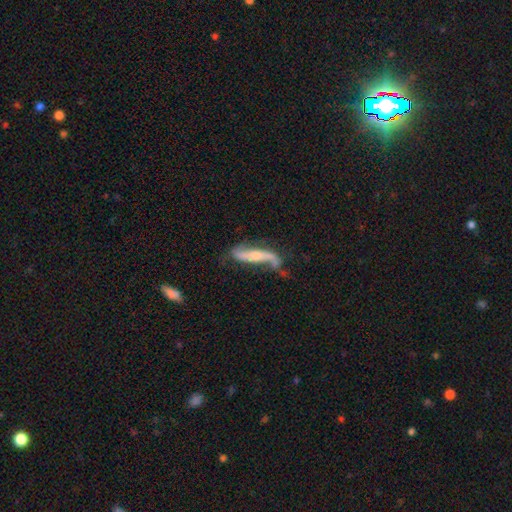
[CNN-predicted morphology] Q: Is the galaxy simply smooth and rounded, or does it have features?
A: featured or disk — 75%.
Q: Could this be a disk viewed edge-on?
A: no — 72%.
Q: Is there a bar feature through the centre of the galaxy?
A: no — 45%.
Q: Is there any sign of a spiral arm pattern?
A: yes — 91%.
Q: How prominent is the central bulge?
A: moderate — 46%.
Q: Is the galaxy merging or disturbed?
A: none — 53%.